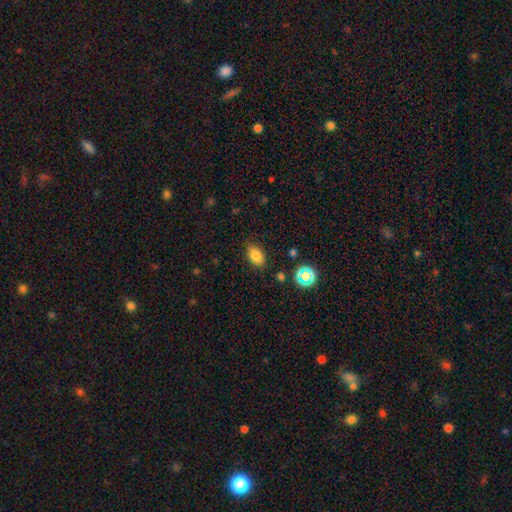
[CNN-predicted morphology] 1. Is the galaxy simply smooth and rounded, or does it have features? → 81% smooth, 13% star or artifact, 7% featured or disk.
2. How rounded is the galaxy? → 87% in between, 11% round, 2% cigar-shaped.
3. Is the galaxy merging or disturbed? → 82% none, 13% minor disturbance, 3% major disturbance, 2% merger.